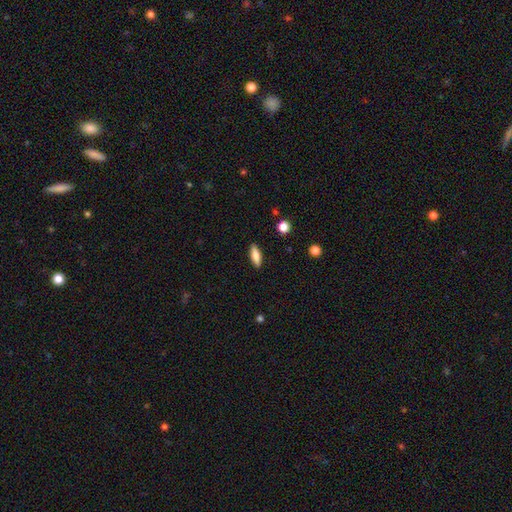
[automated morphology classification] The model was most divided on "how rounded": in between: 60%, cigar-shaped: 38%, round: 3%. More confident: merging — none (89%); smooth or featured — smooth (80%).